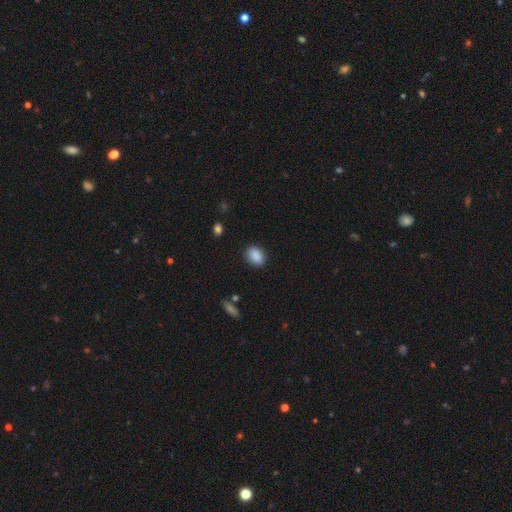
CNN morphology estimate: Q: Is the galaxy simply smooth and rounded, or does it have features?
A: smooth — 88%.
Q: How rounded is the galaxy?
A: in between — 75%.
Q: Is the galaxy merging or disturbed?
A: none — 86%.